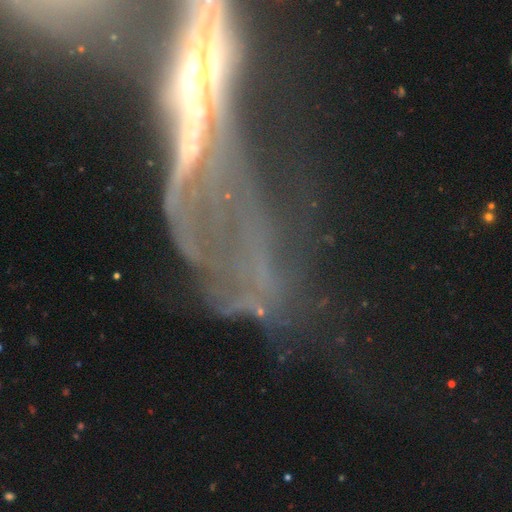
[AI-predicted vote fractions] Morphology: type=featured or disk (59%); edge-on=no (70%); merging=major disturbance (42%).